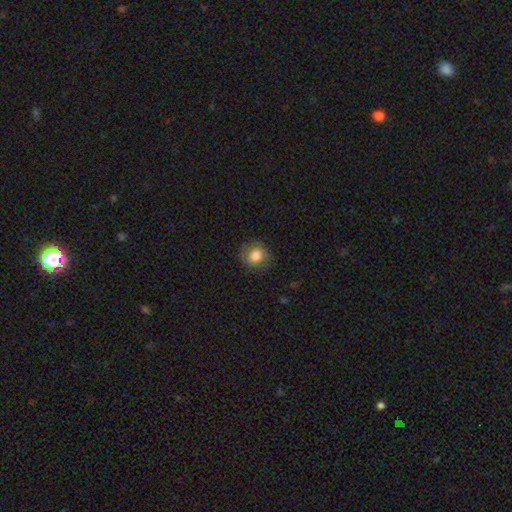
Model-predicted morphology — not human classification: A smooth galaxy with no disk features (77%) that is round (77%).

Vote fractions:
- Smooth or featured? smooth: 77% / featured or disk: 15% / star or artifact: 9%
- How rounded? round: 77% / in between: 22% / cigar-shaped: 1%
- Merging? none: 80% / minor disturbance: 14% / major disturbance: 5% / merger: 1%